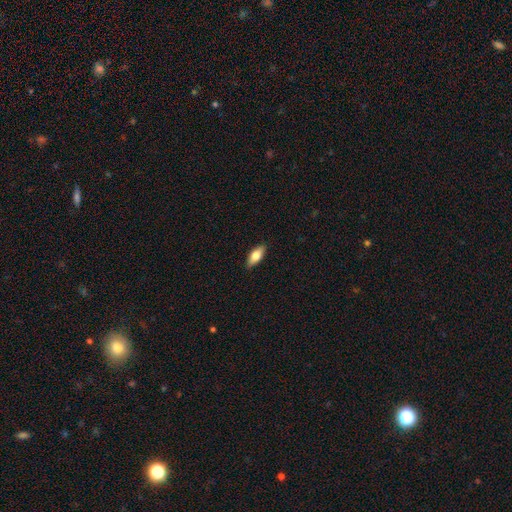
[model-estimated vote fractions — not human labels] smooth 74%, featured or disk 20%, star or artifact 6%. Down the decision tree: how rounded — in between (80%); merging — none (88%).